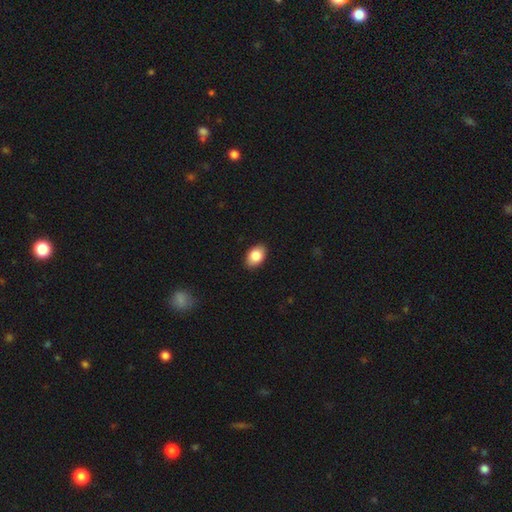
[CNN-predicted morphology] A smooth galaxy with no disk features (86%) that is in between round and cigar-shaped (88%). Merging: none (89%).